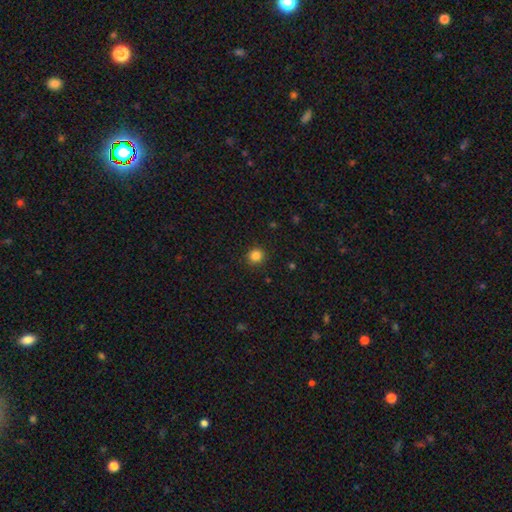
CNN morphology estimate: This is clearly a smooth galaxy (85%). How rounded: clearly round (93%). Merging: clearly none (92%).